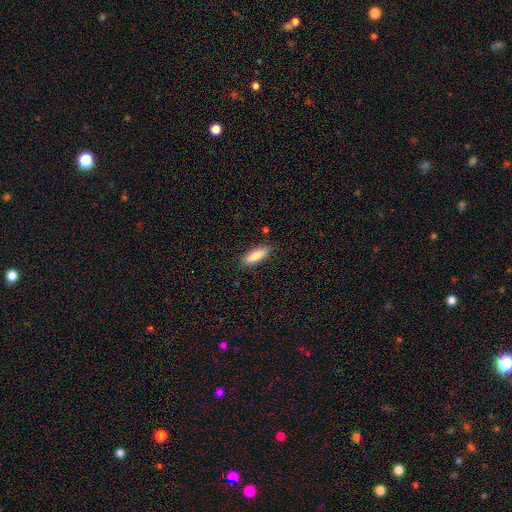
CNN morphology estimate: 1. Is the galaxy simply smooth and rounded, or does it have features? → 86% smooth, 8% featured or disk, 6% star or artifact.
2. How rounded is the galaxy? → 59% in between, 40% cigar-shaped, 2% round.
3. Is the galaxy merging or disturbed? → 85% none, 11% minor disturbance, 2% major disturbance, 1% merger.